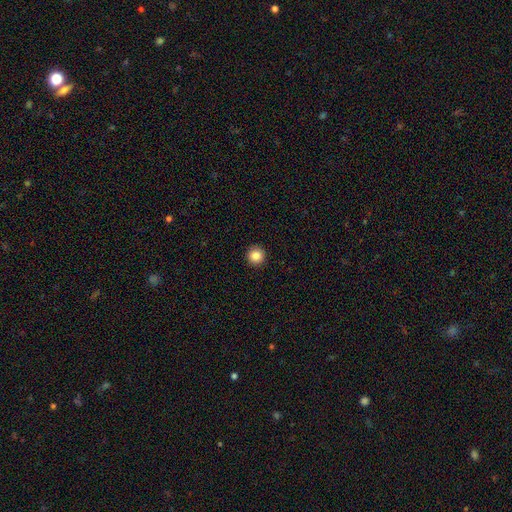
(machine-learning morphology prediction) Smooth or featured?
  - smooth: 85% *
  - star or artifact: 10%
  - featured or disk: 4%
How rounded?
  - round: 96% *
  - in between: 3%
  - cigar-shaped: 1%
Merging?
  - none: 93% *
  - minor disturbance: 4%
  - major disturbance: 1%
  - merger: 1%